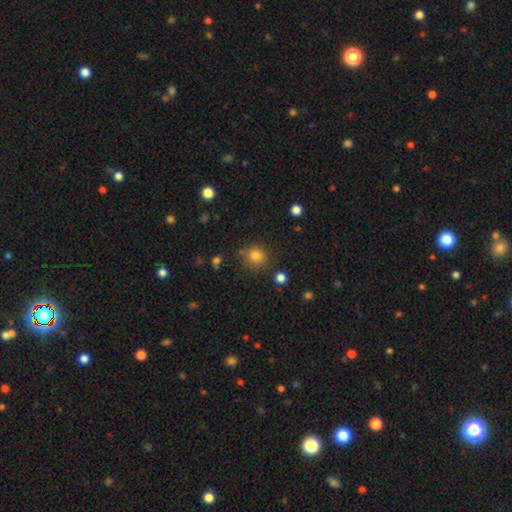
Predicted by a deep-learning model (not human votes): Overall: smooth (81%). How rounded: round (89%). Merging: none (79%).